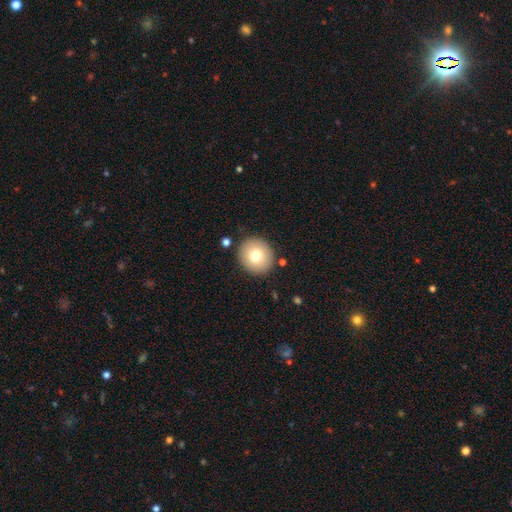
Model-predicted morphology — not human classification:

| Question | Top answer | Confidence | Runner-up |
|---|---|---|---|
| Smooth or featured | smooth | 76% | featured or disk (14%) |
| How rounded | round | 90% | in between (9%) |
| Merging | none | 89% | minor disturbance (7%) |